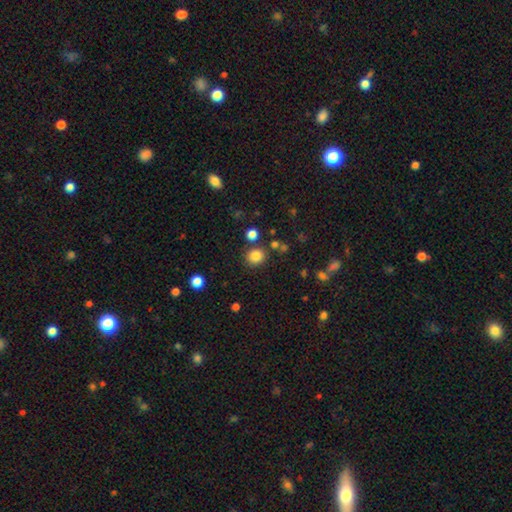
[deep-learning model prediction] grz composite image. It shows a smooth galaxy with no disk features (83%) that is round (86%). Merging: none (83%).